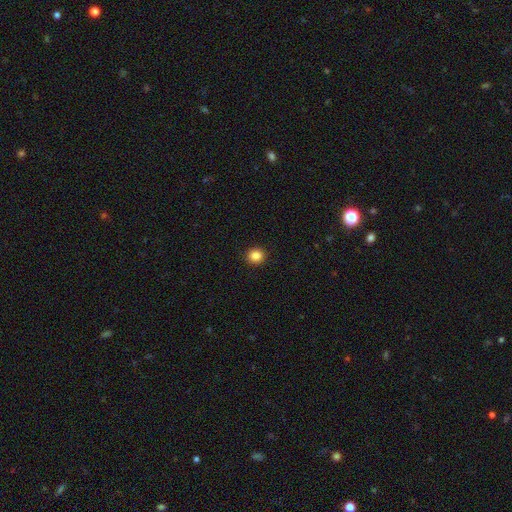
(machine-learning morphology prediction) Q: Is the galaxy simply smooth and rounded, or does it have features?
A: smooth — 86%.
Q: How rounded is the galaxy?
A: round — 89%.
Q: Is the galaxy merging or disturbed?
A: none — 92%.